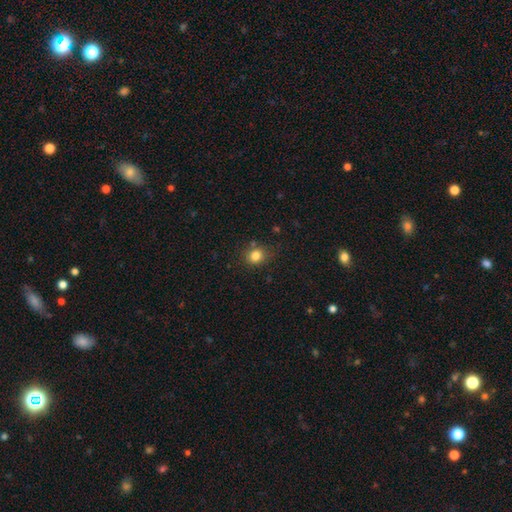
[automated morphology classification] A smooth galaxy with no disk features (82%) that is round (72%).

Vote fractions:
- Smooth or featured? smooth: 82% / star or artifact: 12% / featured or disk: 6%
- How rounded? round: 72% / in between: 27% / cigar-shaped: 1%
- Merging? none: 75% / minor disturbance: 16% / merger: 5% / major disturbance: 4%